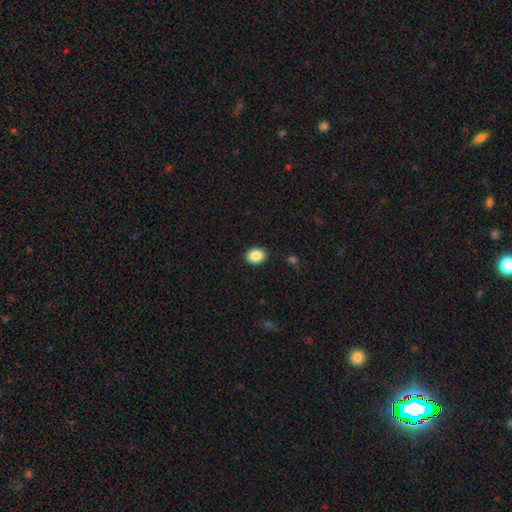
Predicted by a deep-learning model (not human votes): This is clearly a smooth galaxy (89%). How rounded: likely in between (70%). Merging: clearly none (89%).